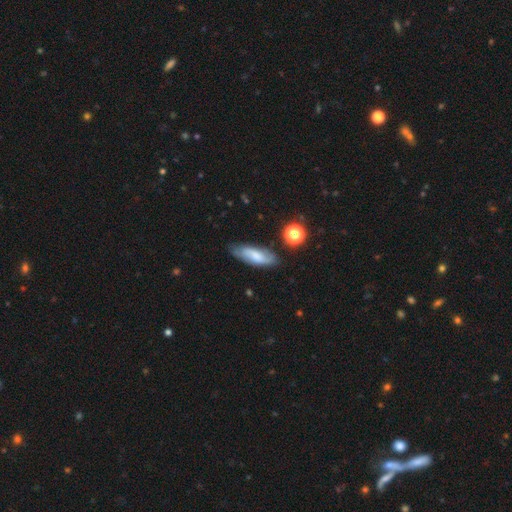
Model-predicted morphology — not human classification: The model was most divided on "smooth or featured": smooth: 59%, featured or disk: 33%, star or artifact: 8%. More confident: merging — none (72%); how rounded — in between (63%).